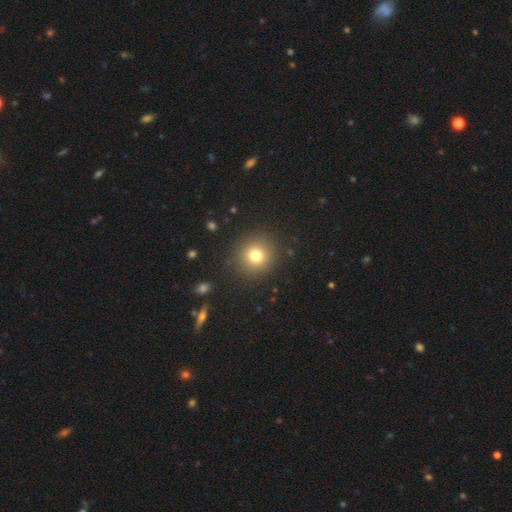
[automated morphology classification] This appears to be a smooth galaxy with no disk features (77%) that is round (92%). Merging: none (89%).